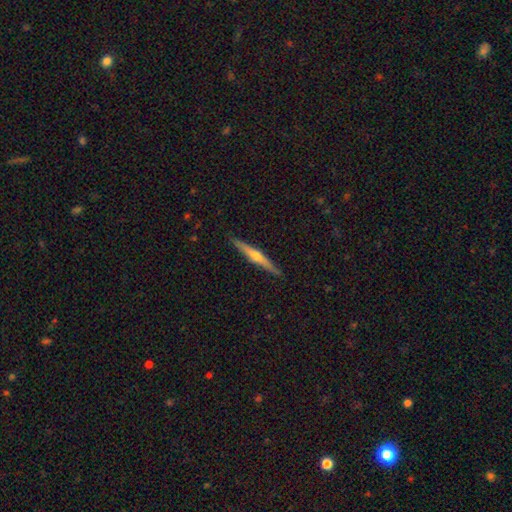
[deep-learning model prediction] Smooth or featured?
  - featured or disk: 69% *
  - smooth: 26%
  - star or artifact: 6%
Edge-on disk?
  - yes: 98% *
  - no: 2%
Edge-on bulge?
  - rounded: 88% *
  - none: 8%
  - boxy: 4%
Merging?
  - none: 90% *
  - minor disturbance: 7%
  - major disturbance: 1%
  - merger: 1%